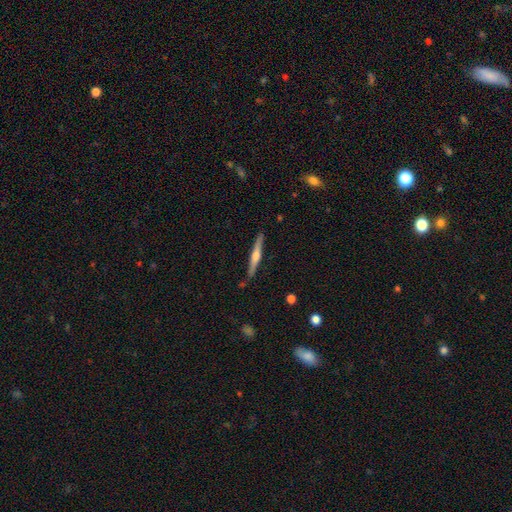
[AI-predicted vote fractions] Smooth or featured?
  - featured or disk: 63% *
  - smooth: 32%
  - star or artifact: 5%
Edge-on disk?
  - yes: 98% *
  - no: 2%
Edge-on bulge?
  - rounded: 84% *
  - none: 9%
  - boxy: 7%
Merging?
  - none: 87% *
  - minor disturbance: 9%
  - merger: 2%
  - major disturbance: 2%